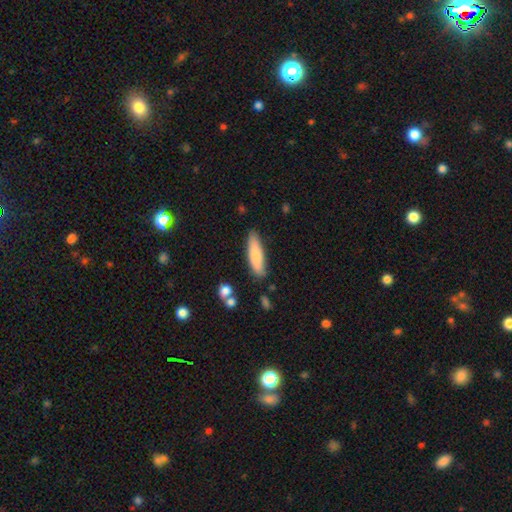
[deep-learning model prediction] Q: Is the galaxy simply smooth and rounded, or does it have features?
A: smooth — 79%.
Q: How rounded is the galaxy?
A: cigar-shaped — 64%.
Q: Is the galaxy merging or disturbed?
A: none — 81%.